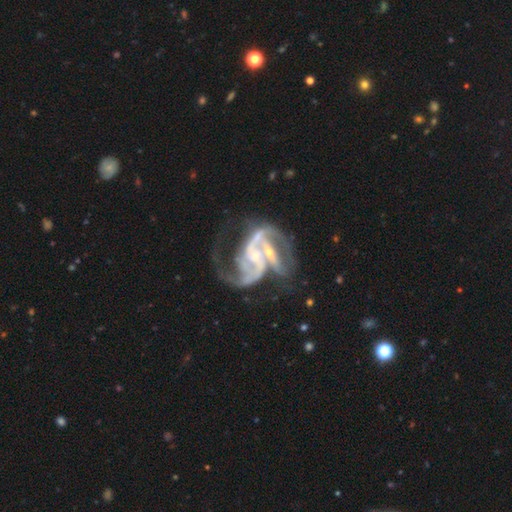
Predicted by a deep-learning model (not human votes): smooth-or-featured: featured or disk: 90% | star or artifact: 6% | smooth: 4%
  disk-edge-on: no: 98% | yes: 2%
    bar: no: 44% | weak: 34% | strong: 23%
    has-spiral-arms: yes: 96% | no: 4%
      spiral-winding: medium: 51% | loose: 30% | tight: 19%
      spiral-arm-count: 2: 40% | 3: 33% | can't tell: 11% | 4: 7% | 1: 5% | more than 4: 4%
    bulge-size: small: 67% | moderate: 26% | none: 5% | large: 2% | dominant: 1%
  merging: merger: 33% | major disturbance: 28% | none: 26% | minor disturbance: 13%